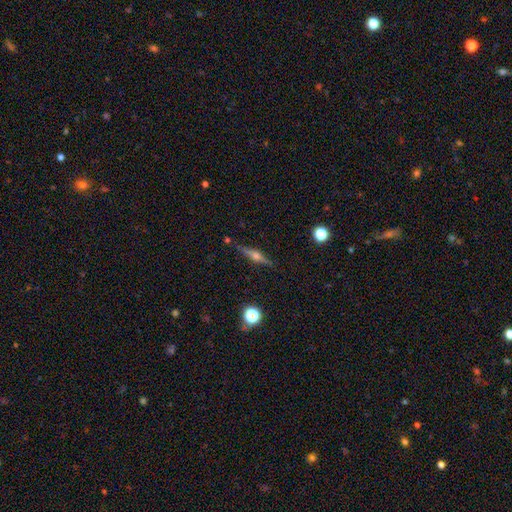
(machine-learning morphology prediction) Smooth or featured?
  - featured or disk: 74% *
  - smooth: 17%
  - star or artifact: 9%
Edge-on disk?
  - yes: 97% *
  - no: 3%
Edge-on bulge?
  - rounded: 89% *
  - boxy: 8%
  - none: 3%
Merging?
  - none: 87% *
  - minor disturbance: 9%
  - major disturbance: 2%
  - merger: 2%